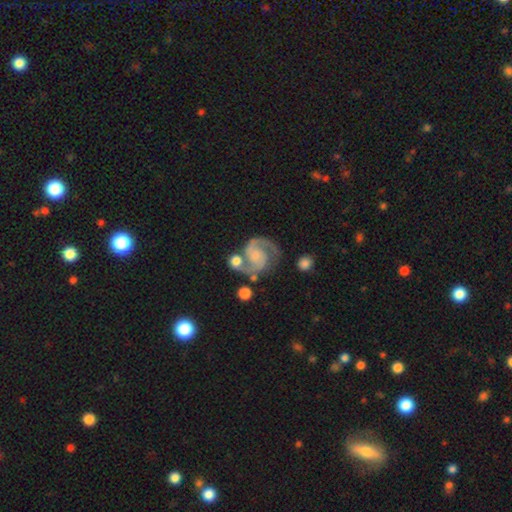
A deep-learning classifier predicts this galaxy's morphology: type=featured or disk (91%); edge-on=no (98%); bar=no (60%); spiral arms=yes (98%); winding=medium (60%); arm count=2 (93%); bulge=none (37%); merging=none (63%).